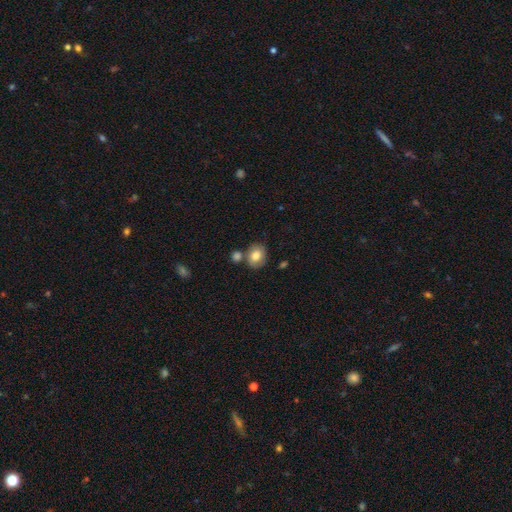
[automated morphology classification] Smooth or featured? Predicted: smooth (p=0.78). How rounded? Predicted: round (p=0.57). Merging? Predicted: none (p=0.67).